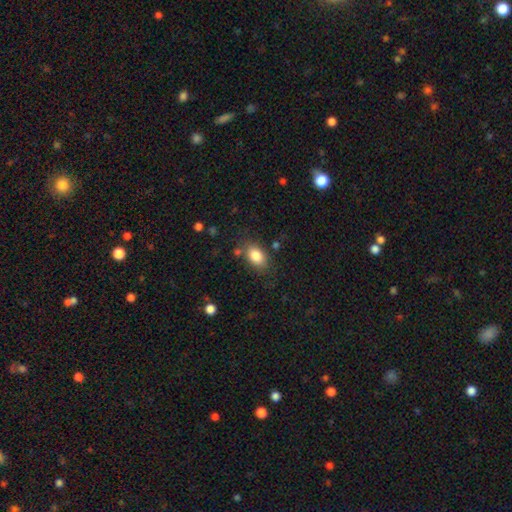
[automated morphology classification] A smooth galaxy with no disk features (84%) that is in between round and cigar-shaped (85%).

Vote fractions:
- Smooth or featured? smooth: 84% / star or artifact: 8% / featured or disk: 8%
- How rounded? in between: 85% / round: 13% / cigar-shaped: 2%
- Merging? none: 77% / minor disturbance: 15% / major disturbance: 5% / merger: 4%